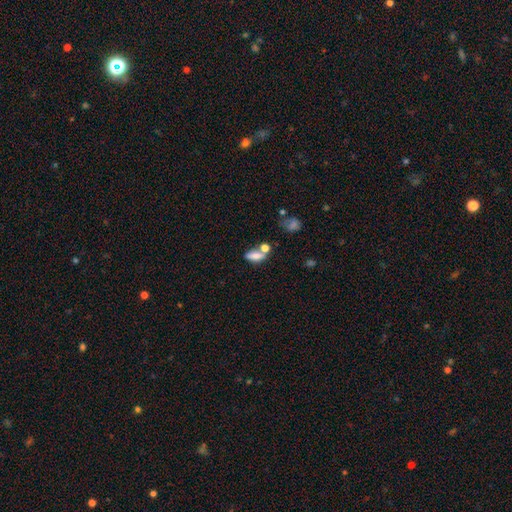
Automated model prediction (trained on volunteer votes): smooth-or-featured: smooth: 74% | featured or disk: 15% | star or artifact: 11%
  how-rounded: in between: 73% | cigar-shaped: 18% | round: 9%
  merging: none: 40% | merger: 37% | minor disturbance: 15% | major disturbance: 8%